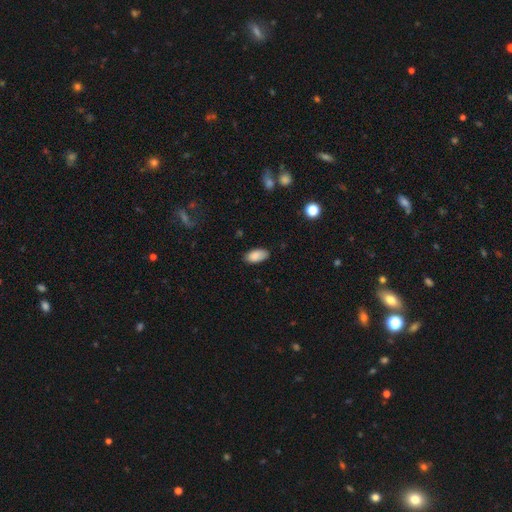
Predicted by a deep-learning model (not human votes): The model was most divided on "merging": none: 80%, minor disturbance: 16%, major disturbance: 3%, merger: 1%. More confident: how rounded — in between (94%); smooth or featured — smooth (88%).